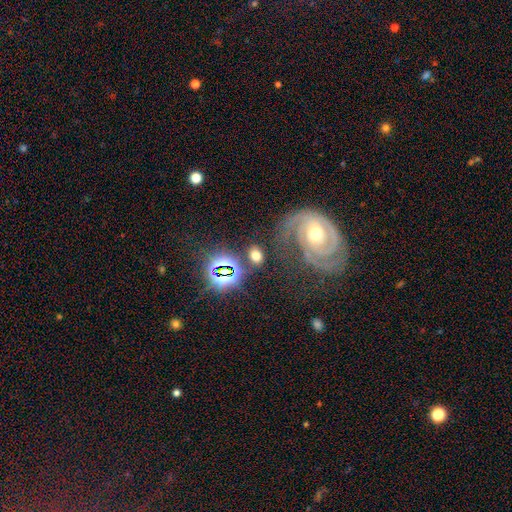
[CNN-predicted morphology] A smooth galaxy with no disk features (57%) that is in between round and cigar-shaped (67%). Merging: none (69%).